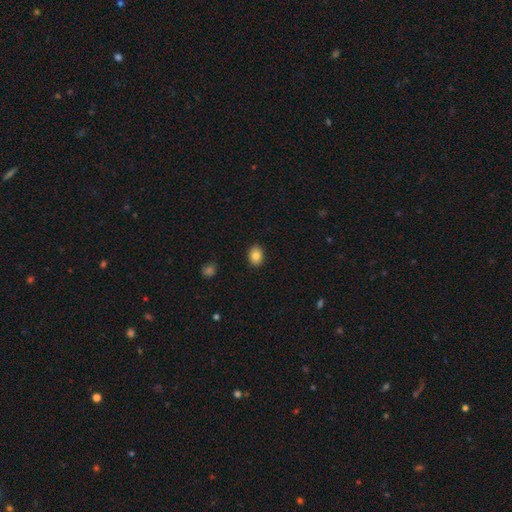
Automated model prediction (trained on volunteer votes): Smooth or featured? Predicted: smooth (p=0.85). How rounded? Predicted: in between (p=0.66). Merging? Predicted: none (p=0.89).